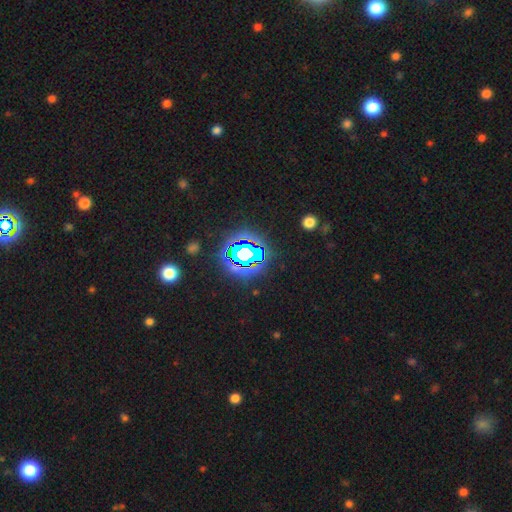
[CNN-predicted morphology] Smooth or featured? Predicted: star or artifact (p=0.83).